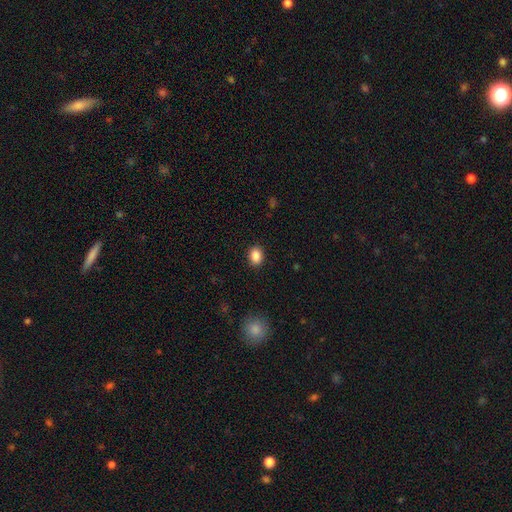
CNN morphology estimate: A smooth galaxy with no disk features (88%) that is in between round and cigar-shaped (67%).

Vote fractions:
- Smooth or featured? smooth: 88% / star or artifact: 9% / featured or disk: 3%
- How rounded? in between: 67% / round: 32% / cigar-shaped: 1%
- Merging? none: 89% / minor disturbance: 8% / major disturbance: 2% / merger: 1%